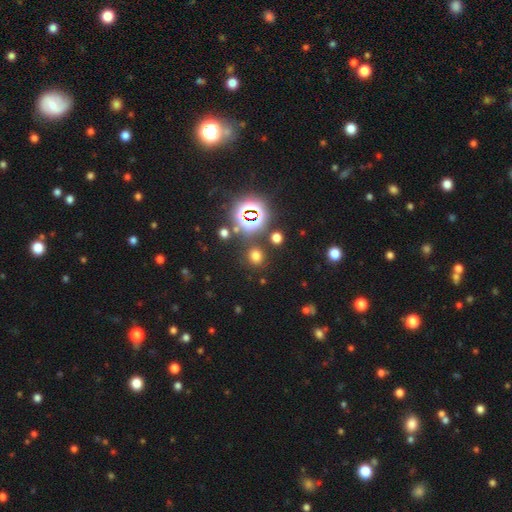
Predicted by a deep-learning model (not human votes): Smooth or featured? smooth (63%)
How rounded? round (81%)
Merging? none (84%)